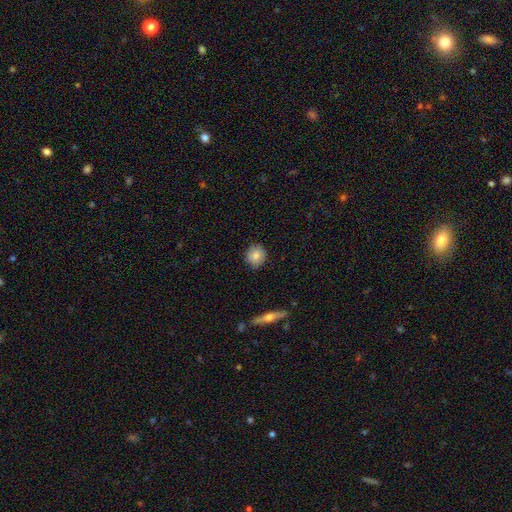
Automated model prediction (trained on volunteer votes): Smooth or featured? Predicted: smooth (p=0.81). How rounded? Predicted: round (p=0.86). Merging? Predicted: none (p=0.85).